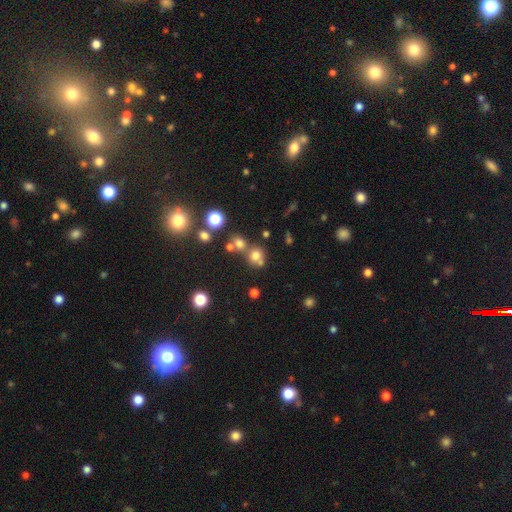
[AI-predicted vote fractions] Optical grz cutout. It shows a smooth galaxy with no disk features (68%) that is round (84%). Merging: none (55%).